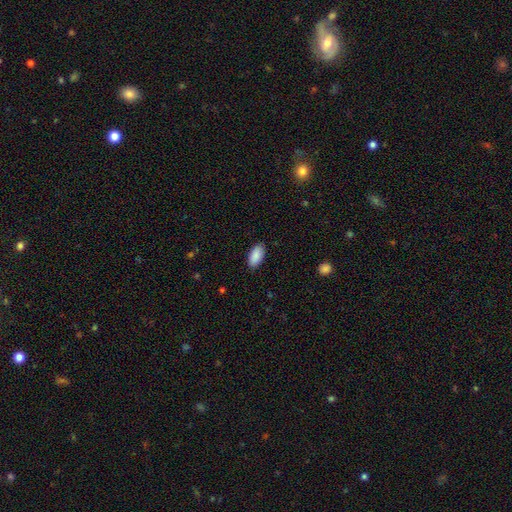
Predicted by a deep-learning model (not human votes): Smooth or featured? smooth (90%)
How rounded? in between (94%)
Merging? none (88%)